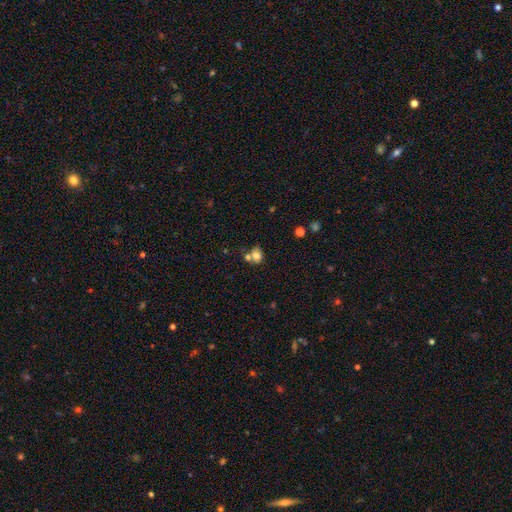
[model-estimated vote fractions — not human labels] This appears to be a smooth galaxy with no disk features (77%) that is round (54%). Merging: none (42%).